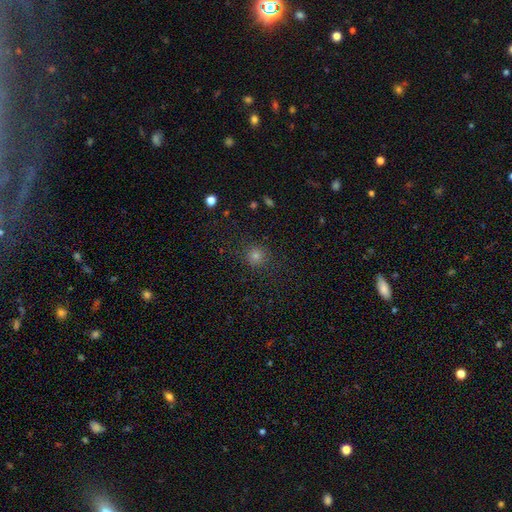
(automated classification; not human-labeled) A smooth galaxy with no disk features (70%) that is round (92%). Merging: none (85%).